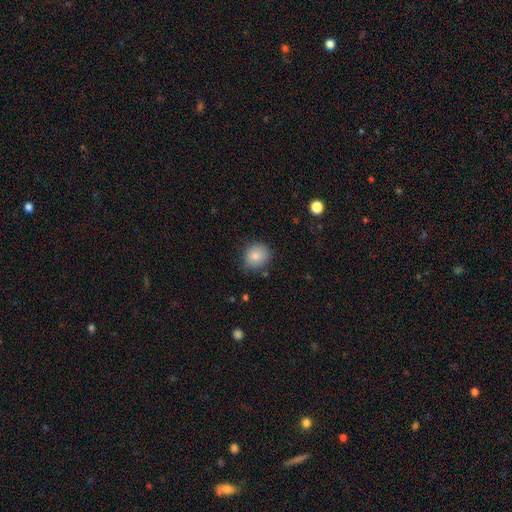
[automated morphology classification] Smooth or featured: smooth — 81% (star or artifact — 10%)
How rounded: round — 77% (in between — 22%)
Merging: none — 78% (minor disturbance — 16%)